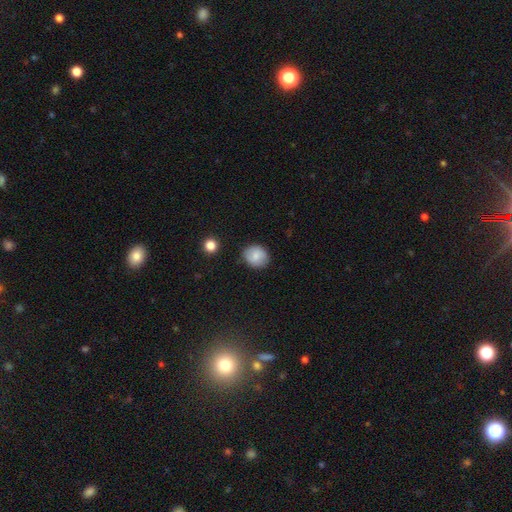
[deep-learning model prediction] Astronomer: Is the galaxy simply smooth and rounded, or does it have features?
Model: smooth — 83%.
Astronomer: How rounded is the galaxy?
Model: round — 64%.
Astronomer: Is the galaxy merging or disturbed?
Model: none — 83%.